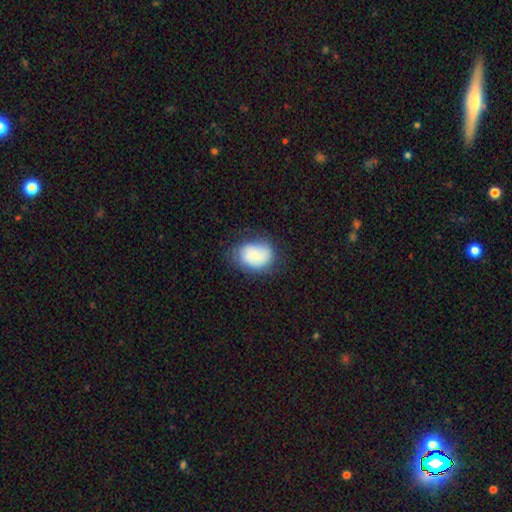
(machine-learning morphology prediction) This is likely a smooth galaxy (65%). How rounded: likely in between (63%). Merging: likely none (67%).